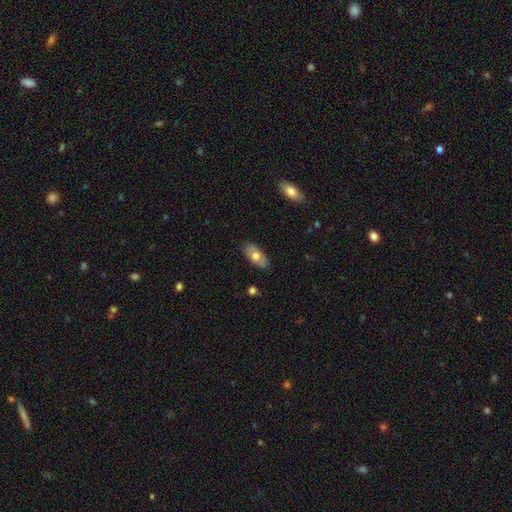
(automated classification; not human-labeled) smooth_or_featured: smooth (p=0.64) [alt: featured or disk p=0.29]
how_rounded: in between (p=0.89) [alt: cigar-shaped p=0.08]
merging: none (p=0.82) [alt: minor disturbance p=0.14]